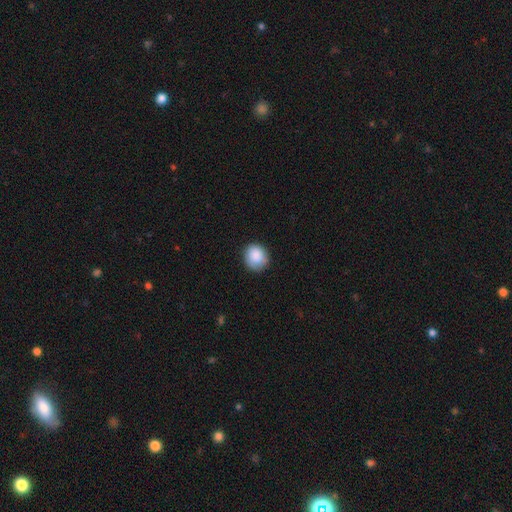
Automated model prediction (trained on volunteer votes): Q: Smooth or featured?
A: smooth (88%); runner-up: star or artifact (7%)
Q: How rounded?
A: round (82%); runner-up: in between (17%)
Q: Merging?
A: none (81%); runner-up: minor disturbance (14%)